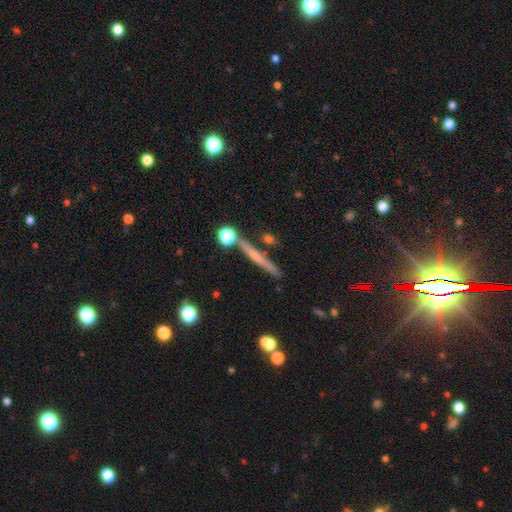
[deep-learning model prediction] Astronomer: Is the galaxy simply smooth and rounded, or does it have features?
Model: featured or disk — 49% (runner-up: smooth, 42%).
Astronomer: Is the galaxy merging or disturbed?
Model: none — 82%.